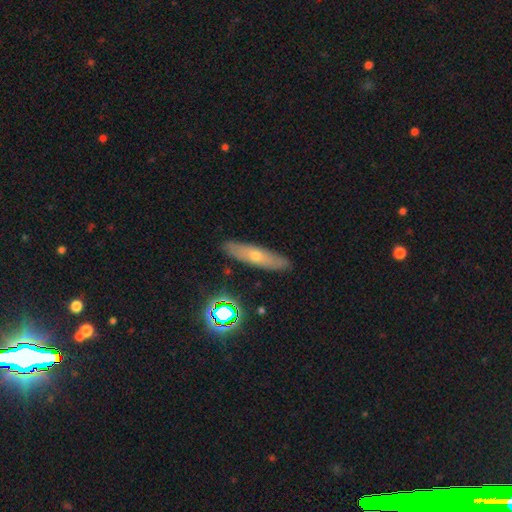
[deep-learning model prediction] smooth_or_featured: smooth (p=0.48) [alt: featured or disk p=0.42]
merging: none (p=0.87) [alt: minor disturbance p=0.09]